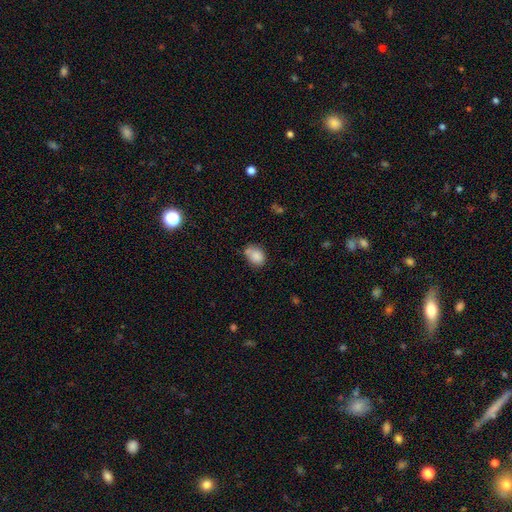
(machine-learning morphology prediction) The model was most divided on "merging": none: 55%, minor disturbance: 27%, merger: 12%, major disturbance: 6%. More confident: smooth or featured — smooth (83%); how rounded — in between (67%).